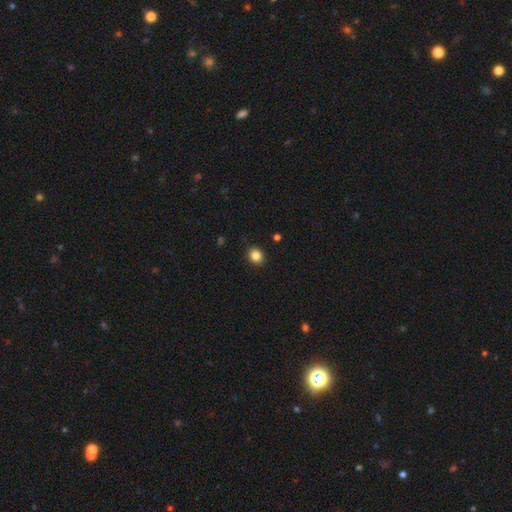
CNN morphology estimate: Smooth or featured? Predicted: smooth (p=0.85). How rounded? Predicted: round (p=0.72). Merging? Predicted: none (p=0.91).